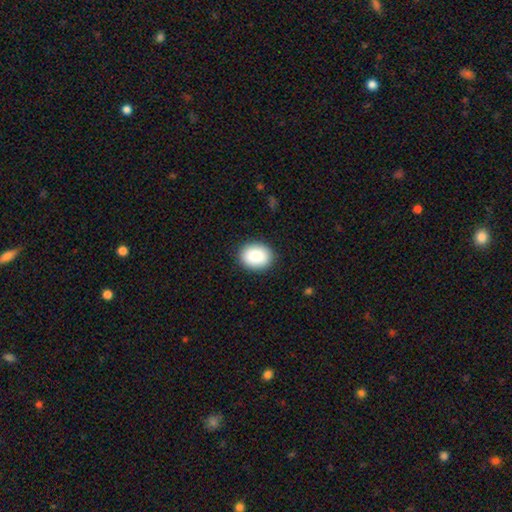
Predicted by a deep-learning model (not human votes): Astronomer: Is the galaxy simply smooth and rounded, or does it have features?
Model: smooth — 86%.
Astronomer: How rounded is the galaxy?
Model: in between — 54% (runner-up: round, 45%).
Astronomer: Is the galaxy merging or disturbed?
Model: none — 90%.